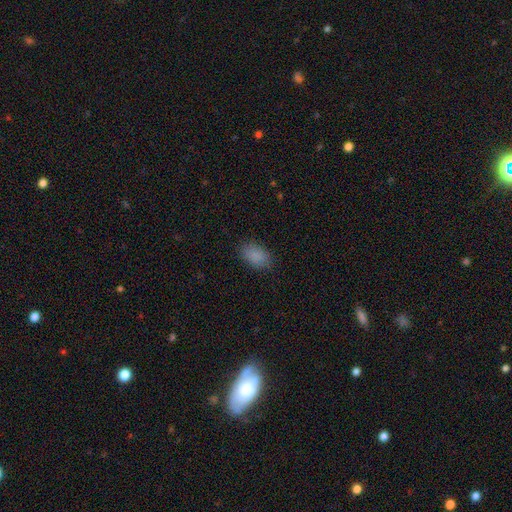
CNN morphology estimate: Smooth or featured: smooth — 88% (star or artifact — 9%)
How rounded: in between — 91% (round — 7%)
Merging: none — 85% (minor disturbance — 11%)